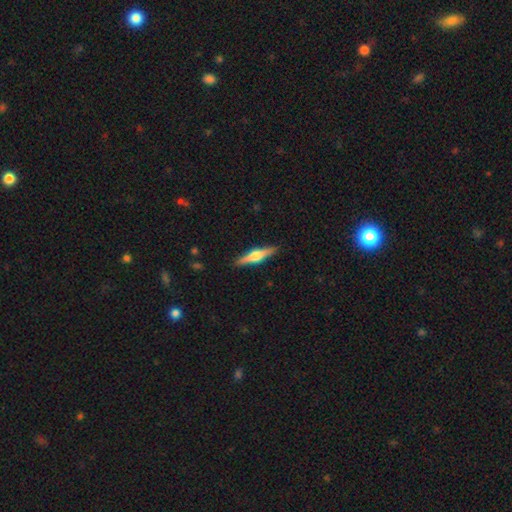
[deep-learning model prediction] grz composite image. It shows a featured or disk galaxy (64%) viewed edge-on (97%) with a rounded central bulge (88%). Merging: none (90%).